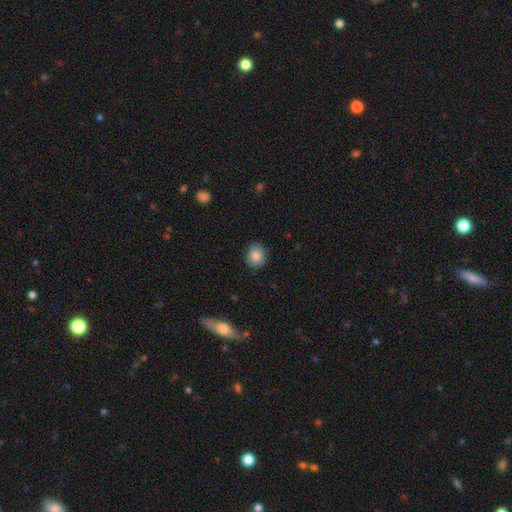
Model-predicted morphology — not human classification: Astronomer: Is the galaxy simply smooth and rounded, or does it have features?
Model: smooth — 84%.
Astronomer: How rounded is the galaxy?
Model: round — 83%.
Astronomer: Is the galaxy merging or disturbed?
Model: none — 87%.